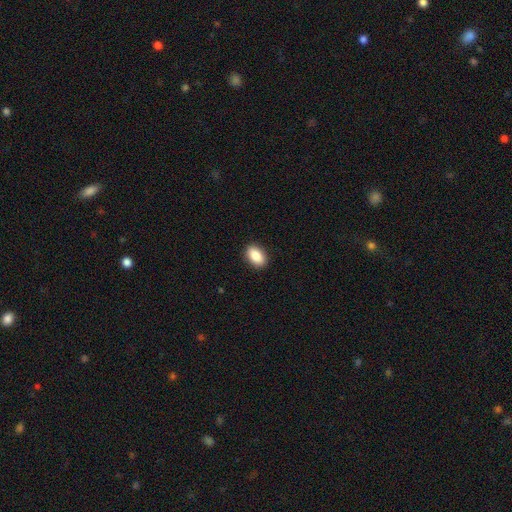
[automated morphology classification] The model was most divided on "how rounded": in between: 89%, round: 9%, cigar-shaped: 2%. More confident: merging — none (90%); smooth or featured — smooth (88%).